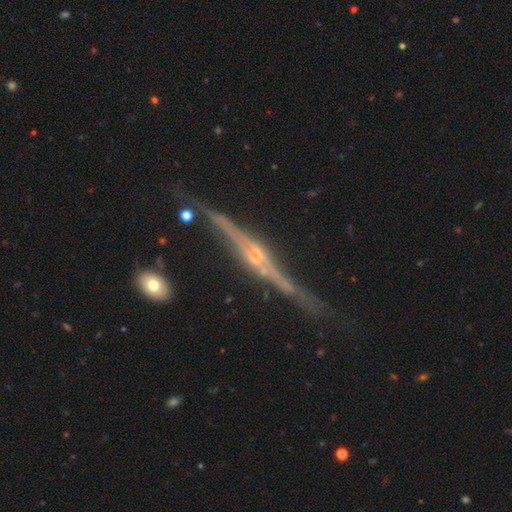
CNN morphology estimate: Overall: featured or disk (89%). Edge-on disk: yes (95%). Edge-on bulge: rounded (85%). Merging: none (73%).